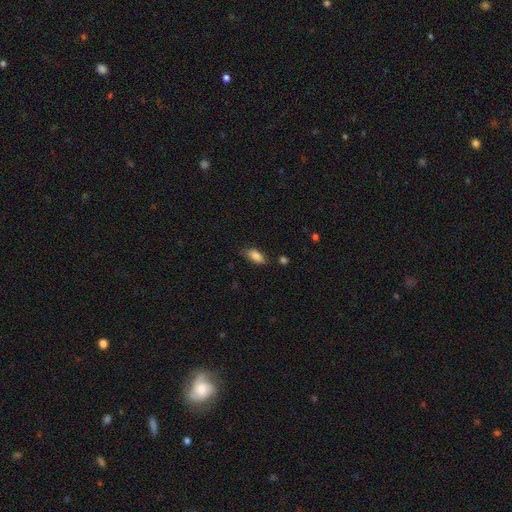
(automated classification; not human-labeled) Smooth or featured?
  - smooth: 86% *
  - star or artifact: 8%
  - featured or disk: 7%
How rounded?
  - in between: 88% *
  - cigar-shaped: 9%
  - round: 3%
Merging?
  - none: 75% *
  - minor disturbance: 19%
  - major disturbance: 4%
  - merger: 2%